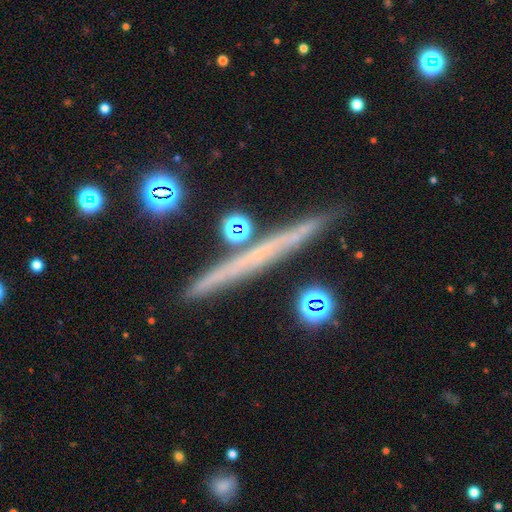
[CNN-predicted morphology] A featured or disk galaxy (57%) viewed edge-on (96%) with no central bulge (87%).

Vote fractions:
- Smooth or featured? featured or disk: 57% / smooth: 33% / star or artifact: 10%
- Edge-on disk? yes: 96% / no: 4%
- Edge-on bulge? none: 87% / rounded: 10% / boxy: 3%
- Merging? none: 86% / minor disturbance: 8% / merger: 4% / major disturbance: 2%